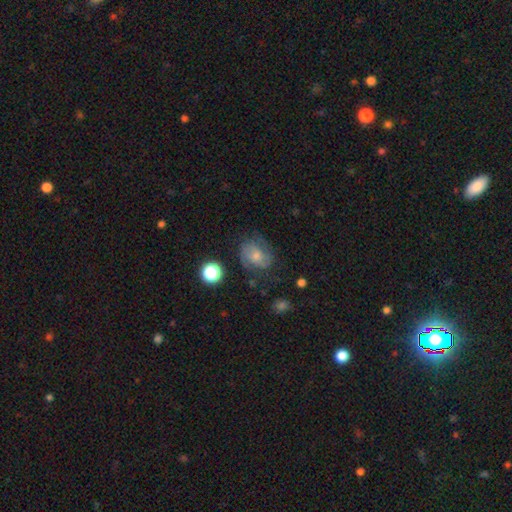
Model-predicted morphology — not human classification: type=featured or disk (53%); edge-on=no (97%); bar=no (66%); spiral arms=yes (84%); bulge=moderate (47%); merging=none (67%).